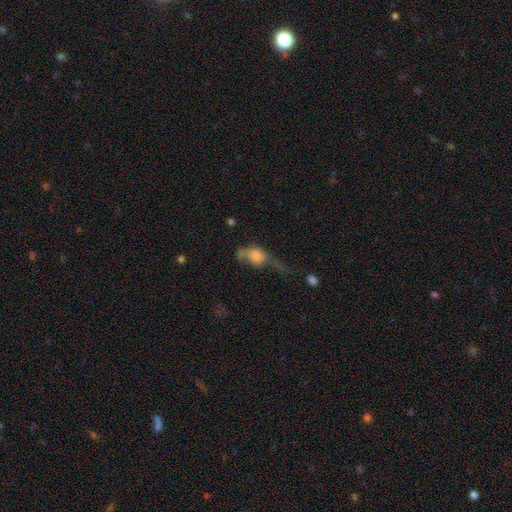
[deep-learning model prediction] Q: Smooth or featured?
A: smooth (62%); runner-up: featured or disk (26%)
Q: How rounded?
A: in between (59%); runner-up: round (35%)
Q: Merging?
A: major disturbance (40%); runner-up: none (22%)